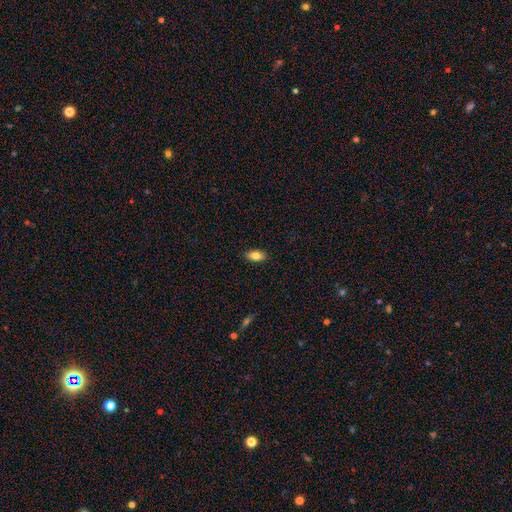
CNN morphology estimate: Overall: smooth (82%). How rounded: in between (91%). Merging: none (88%).